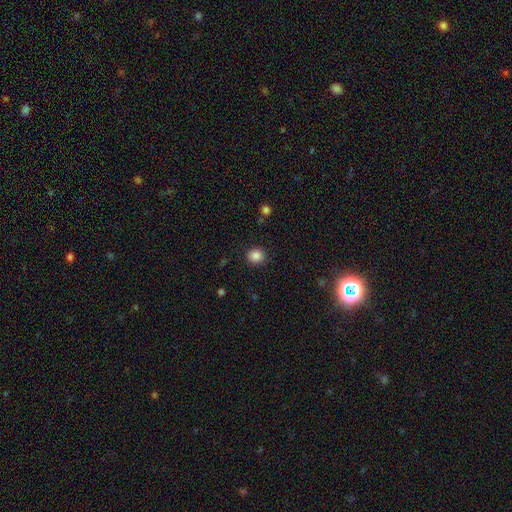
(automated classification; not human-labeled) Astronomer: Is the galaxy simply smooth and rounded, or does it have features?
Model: smooth — 87%.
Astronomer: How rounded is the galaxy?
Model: round — 79%.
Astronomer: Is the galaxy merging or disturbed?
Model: none — 90%.